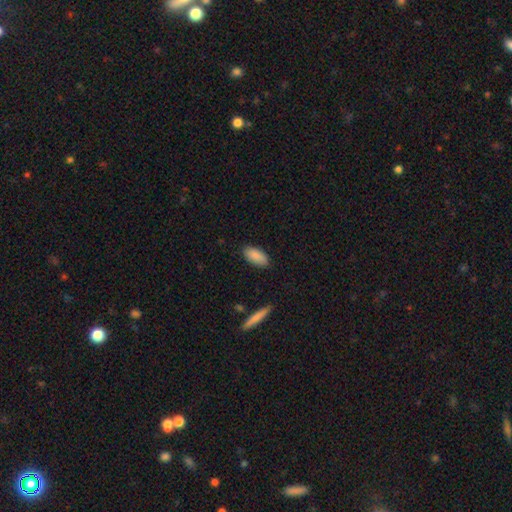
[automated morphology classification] The model was most divided on "merging": none: 87%, minor disturbance: 10%, major disturbance: 2%, merger: 1%. More confident: how rounded — in between (89%); smooth or featured — smooth (87%).